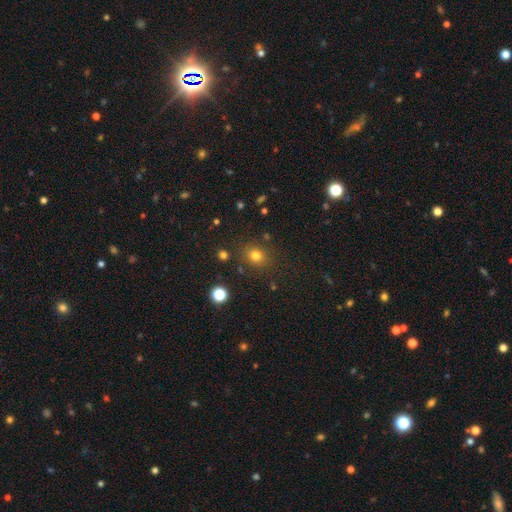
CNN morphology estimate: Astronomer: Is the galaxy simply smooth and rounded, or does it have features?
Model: smooth — 77%.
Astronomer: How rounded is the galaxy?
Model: round — 72%.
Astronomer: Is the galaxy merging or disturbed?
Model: none — 83%.